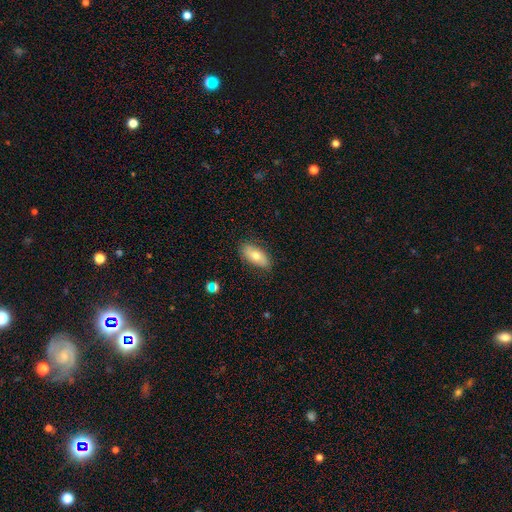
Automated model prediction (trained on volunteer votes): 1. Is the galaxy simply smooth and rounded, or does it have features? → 73% smooth, 21% featured or disk, 7% star or artifact.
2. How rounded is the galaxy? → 88% in between, 9% cigar-shaped, 3% round.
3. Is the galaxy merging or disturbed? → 84% none, 13% minor disturbance, 2% major disturbance, 1% merger.